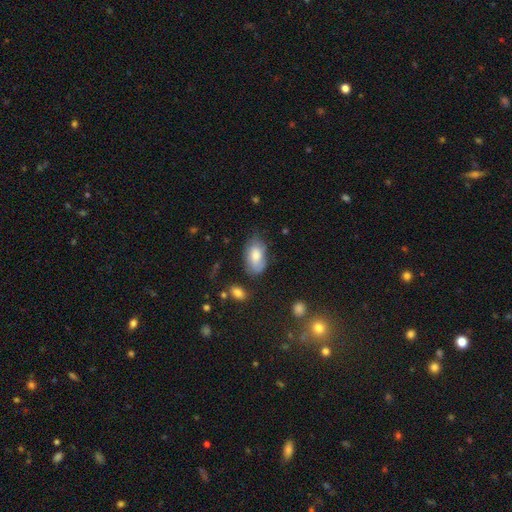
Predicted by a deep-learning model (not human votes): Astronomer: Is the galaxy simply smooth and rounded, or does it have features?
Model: smooth — 72%.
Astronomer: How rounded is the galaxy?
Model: in between — 93%.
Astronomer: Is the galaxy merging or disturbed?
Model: none — 61%.